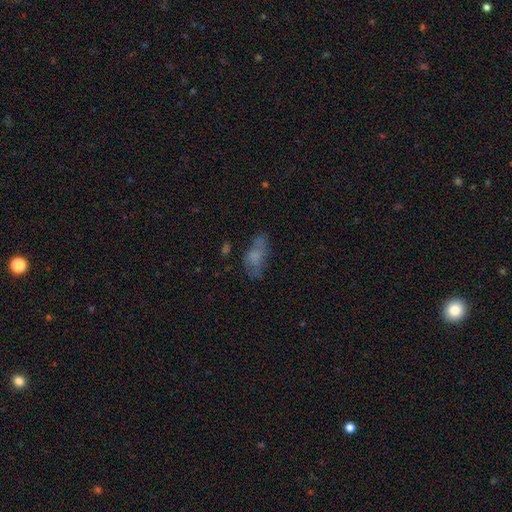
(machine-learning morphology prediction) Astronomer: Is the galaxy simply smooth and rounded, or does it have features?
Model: smooth — 59%.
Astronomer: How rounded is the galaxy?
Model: in between — 77%.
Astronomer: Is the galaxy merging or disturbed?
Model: none — 50% (runner-up: minor disturbance, 25%).